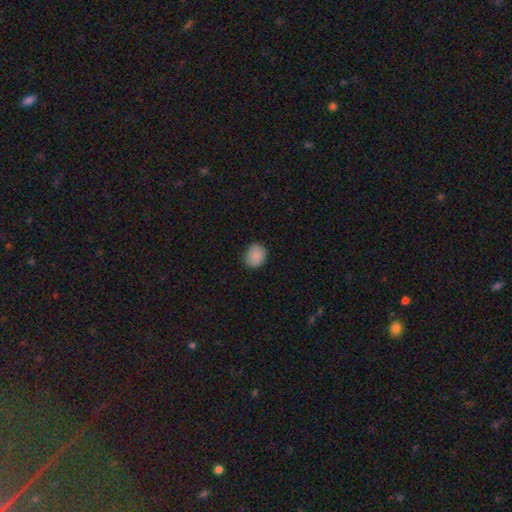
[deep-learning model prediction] Smooth or featured? smooth (88%)
How rounded? round (64%)
Merging? none (87%)